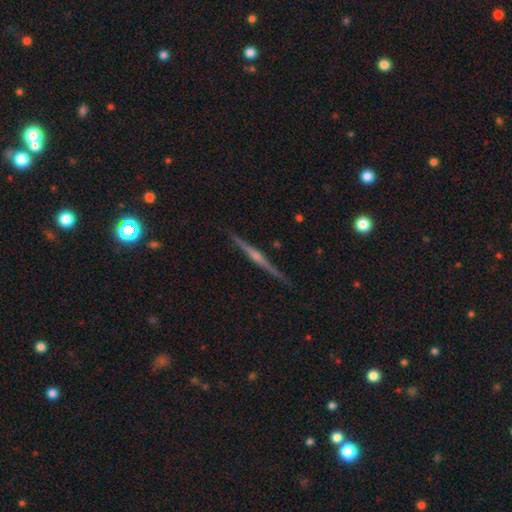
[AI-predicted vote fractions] Smooth or featured? featured or disk (77%)
Edge-on disk? yes (98%)
Edge-on bulge? rounded (75%)
Merging? none (90%)